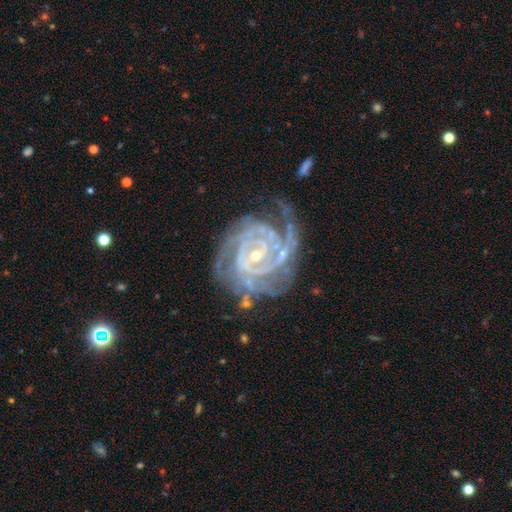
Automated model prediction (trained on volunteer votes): A featured or disk galaxy (92%) with no bar (41%), 2 (28%) tight (76%) spiral arms (98%) and a small central bulge (74%).

Vote fractions:
- Smooth or featured? featured or disk: 92% / star or artifact: 5% / smooth: 3%
- Edge-on disk? no: 98% / yes: 2%
- Bar? no: 41% / weak: 39% / strong: 20%
- Spiral arms? yes: 98% / no: 2%
- Spiral winding? tight: 76% / medium: 21% / loose: 3%
- Spiral arm count? 2: 28% / 3: 25% / can't tell: 17% / 4: 16% / more than 4: 8% / 1: 7%
- Bulge size? small: 74% / moderate: 23% / none: 2% / large: 1% / dominant: 1%
- Merging? none: 61% / minor disturbance: 23% / major disturbance: 13% / merger: 3%